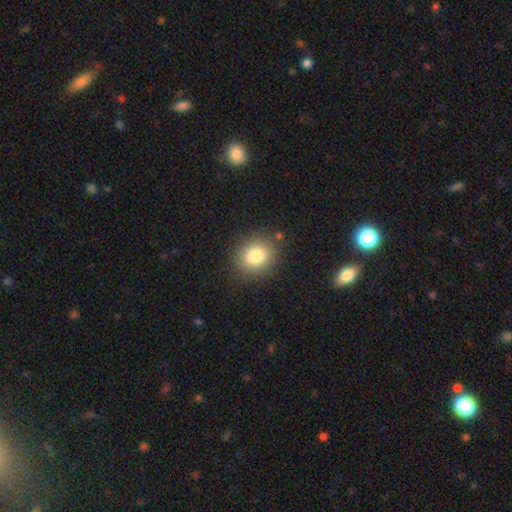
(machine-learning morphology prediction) Smooth or featured? smooth (82%)
How rounded? round (73%)
Merging? none (87%)